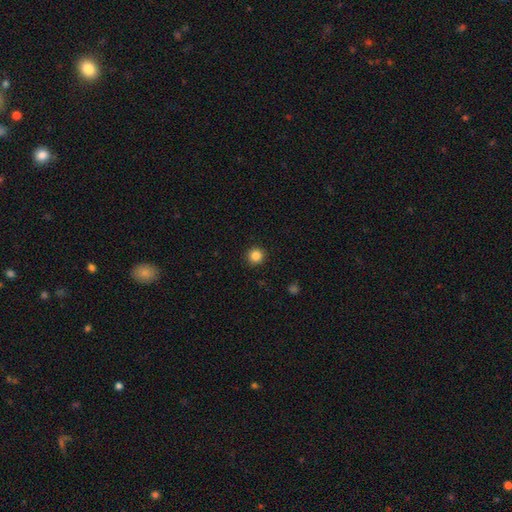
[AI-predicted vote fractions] A smooth galaxy with no disk features (85%) that is round (95%). Merging: none (93%).